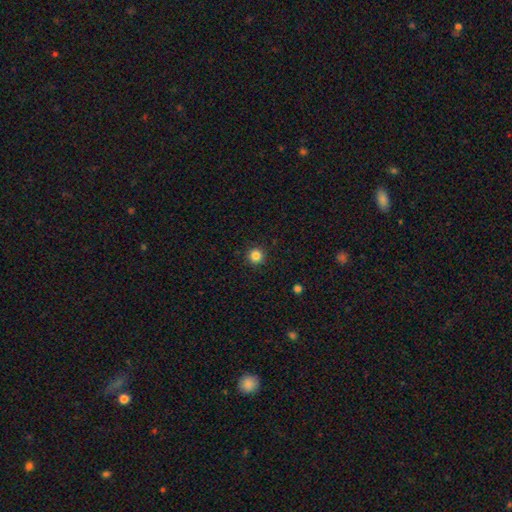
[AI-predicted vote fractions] Overall: smooth (84%). How rounded: round (96%). Merging: none (92%).